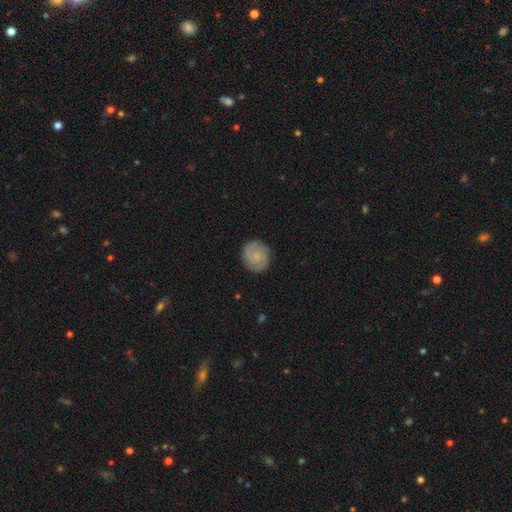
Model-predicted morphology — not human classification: Smooth or featured? featured or disk (50%)
Merging? none (85%)